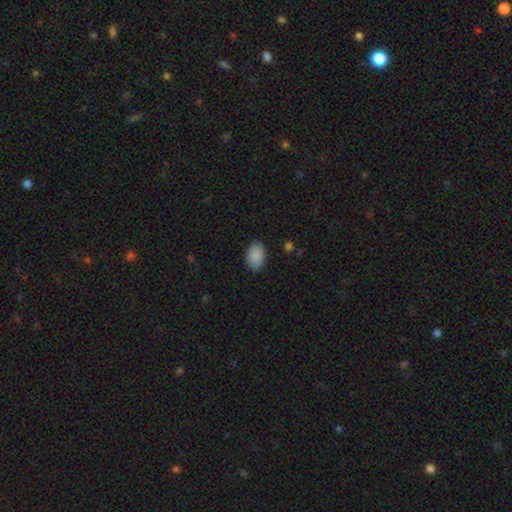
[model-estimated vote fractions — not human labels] Smooth or featured? Predicted: smooth (p=0.90). How rounded? Predicted: in between (p=0.84). Merging? Predicted: none (p=0.85).